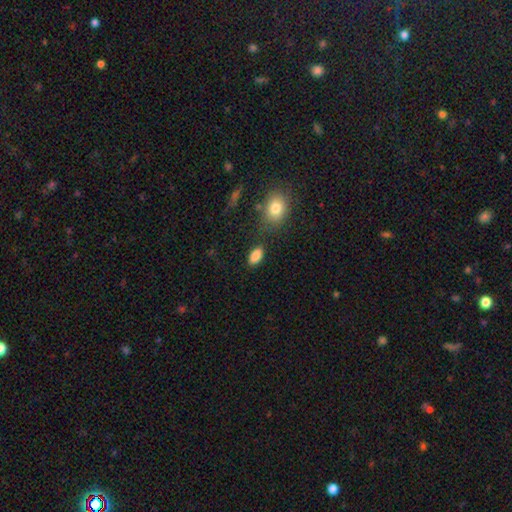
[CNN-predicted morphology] A smooth galaxy with no disk features (87%) that is in between round and cigar-shaped (92%).

Vote fractions:
- Smooth or featured? smooth: 87% / star or artifact: 8% / featured or disk: 5%
- How rounded? in between: 92% / round: 5% / cigar-shaped: 3%
- Merging? none: 80% / minor disturbance: 12% / merger: 5% / major disturbance: 3%